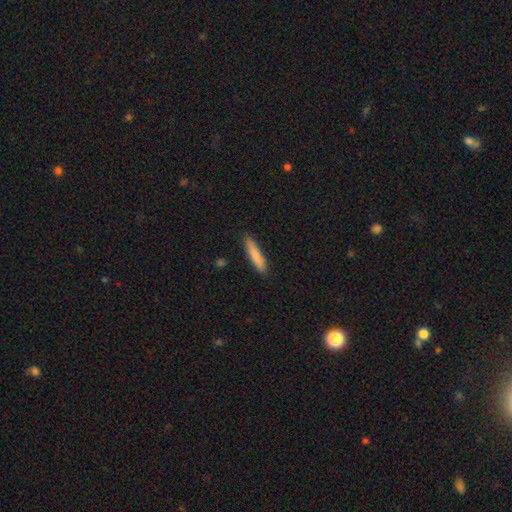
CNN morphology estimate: Smooth or featured? Predicted: smooth (p=0.81). How rounded? Predicted: cigar-shaped (p=0.85). Merging? Predicted: none (p=0.89).